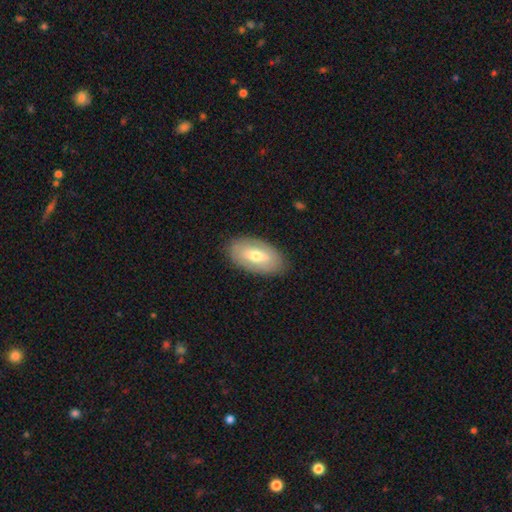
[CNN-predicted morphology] A smooth galaxy with no disk features (54%) that is in between round and cigar-shaped (93%).

Vote fractions:
- Smooth or featured? smooth: 54% / featured or disk: 40% / star or artifact: 6%
- How rounded? in between: 93% / round: 4% / cigar-shaped: 3%
- Merging? none: 86% / minor disturbance: 11% / major disturbance: 3% / merger: 1%